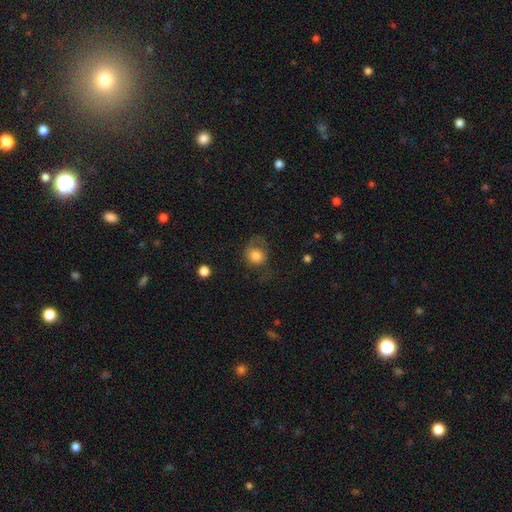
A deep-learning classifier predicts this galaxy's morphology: This is likely a smooth galaxy (74%). How rounded: likely round (76%). Merging: possibly none (48%).